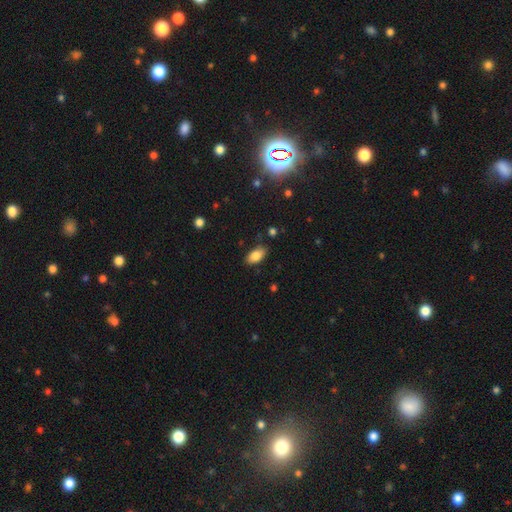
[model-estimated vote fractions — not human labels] This is clearly a smooth galaxy (84%). How rounded: clearly in between (92%). Merging: clearly none (83%).